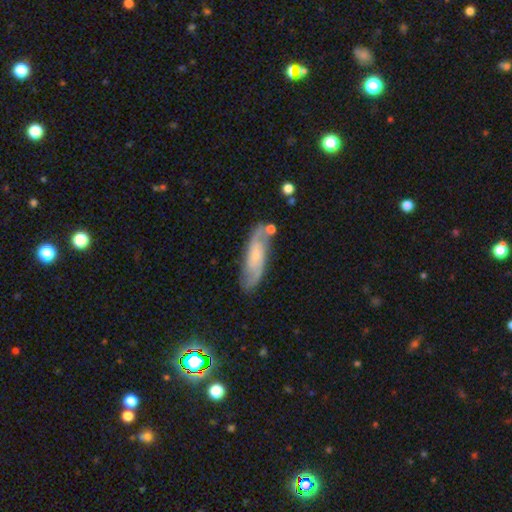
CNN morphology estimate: A featured or disk galaxy (65%) with no bar (58%), spiral arms (92%) and a small central bulge (53%).

Vote fractions:
- Smooth or featured? featured or disk: 65% / smooth: 29% / star or artifact: 6%
- Edge-on disk? no: 83% / yes: 17%
- Bar? no: 58% / weak: 35% / strong: 8%
- Spiral arms? yes: 92% / no: 8%
- Bulge size? small: 53% / moderate: 26% / none: 15% / large: 4% / dominant: 1%
- Merging? none: 73% / minor disturbance: 17% / merger: 5% / major disturbance: 5%